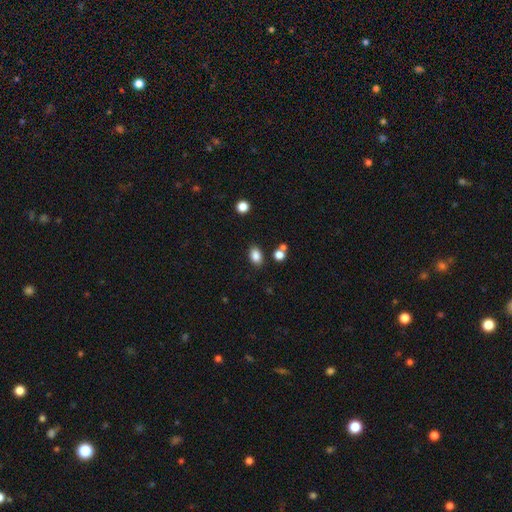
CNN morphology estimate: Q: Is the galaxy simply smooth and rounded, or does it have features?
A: smooth — 85%.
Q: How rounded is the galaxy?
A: in between — 82%.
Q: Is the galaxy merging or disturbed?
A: none — 81%.